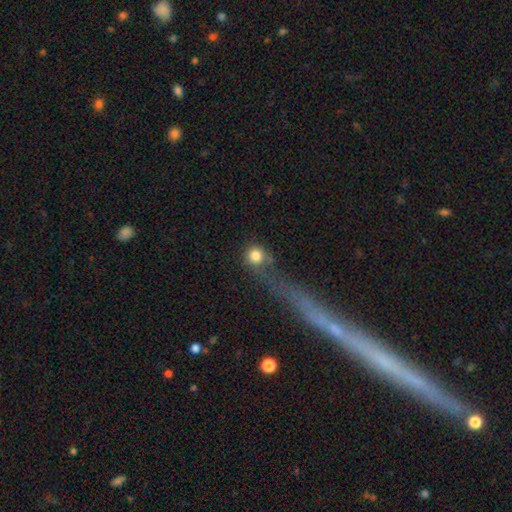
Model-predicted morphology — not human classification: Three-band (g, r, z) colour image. It shows a smooth galaxy with no disk features (79%) that is round (90%). Merging: none (50%).